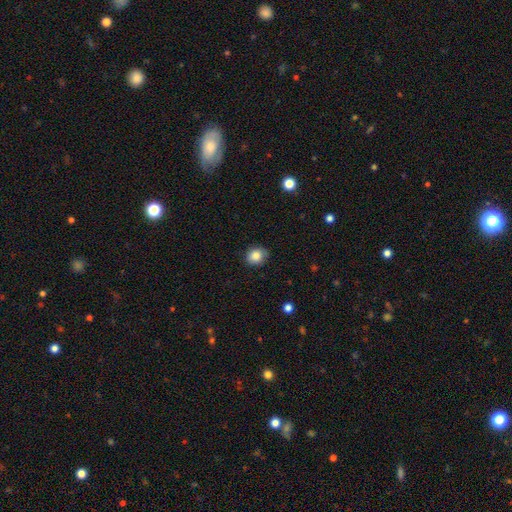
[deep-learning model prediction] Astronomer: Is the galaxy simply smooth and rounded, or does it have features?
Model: smooth — 83%.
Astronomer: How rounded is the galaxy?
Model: round — 72%.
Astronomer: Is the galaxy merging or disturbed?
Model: none — 82%.